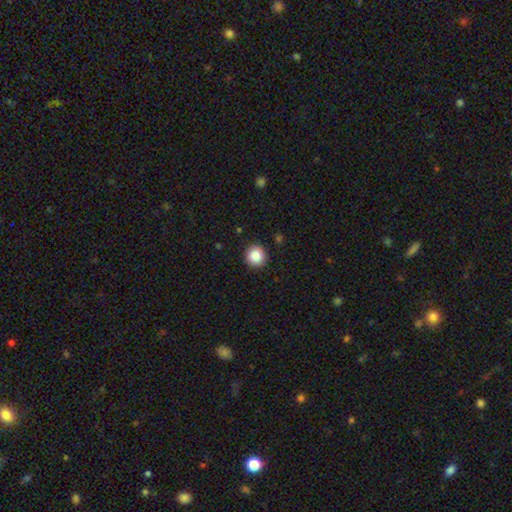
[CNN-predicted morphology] smooth_or_featured: smooth (p=0.85) [alt: star or artifact p=0.09]
how_rounded: round (p=0.94) [alt: in between p=0.05]
merging: none (p=0.92) [alt: minor disturbance p=0.05]